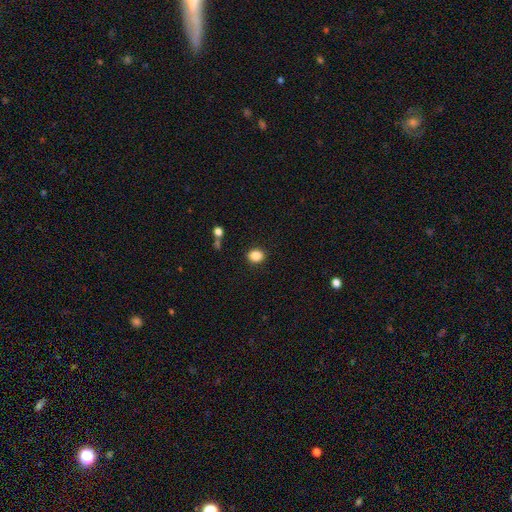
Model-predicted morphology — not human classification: smooth_or_featured: smooth (p=0.87) [alt: star or artifact p=0.10]
how_rounded: round (p=0.66) [alt: in between p=0.33]
merging: none (p=0.89) [alt: minor disturbance p=0.07]